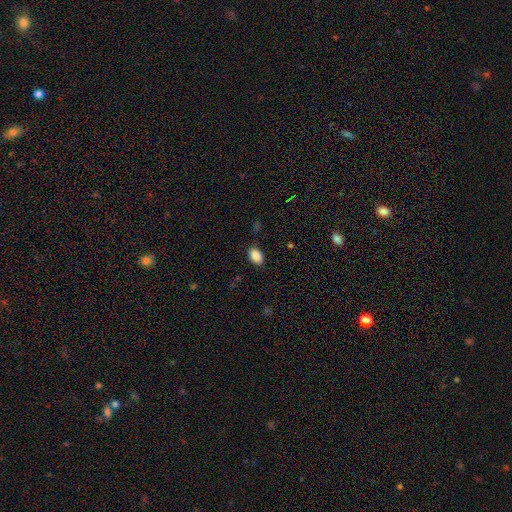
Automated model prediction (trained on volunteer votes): This appears to be a smooth galaxy with no disk features (88%) that is in between round and cigar-shaped (86%). Merging: none (87%).